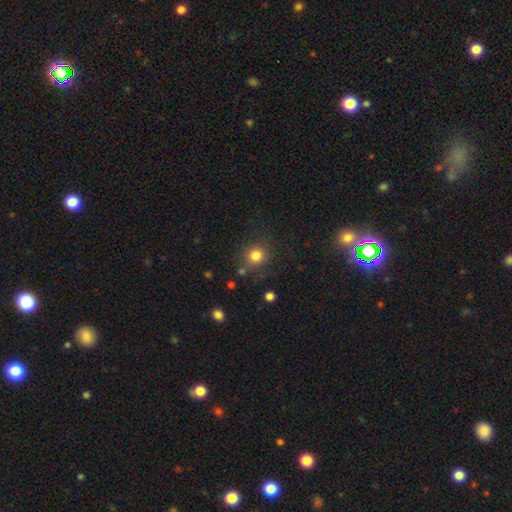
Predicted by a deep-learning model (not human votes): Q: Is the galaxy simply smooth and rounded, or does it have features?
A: smooth — 82%.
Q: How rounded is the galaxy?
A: round — 88%.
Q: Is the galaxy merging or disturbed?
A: none — 80%.